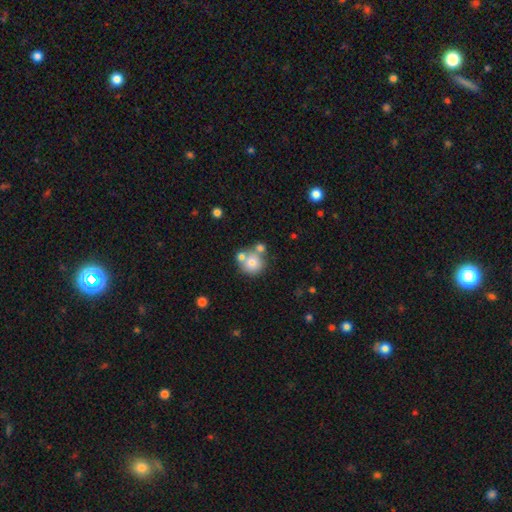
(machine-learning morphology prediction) A smooth galaxy with no disk features (72%) that is round (89%). Merging: none (55%).